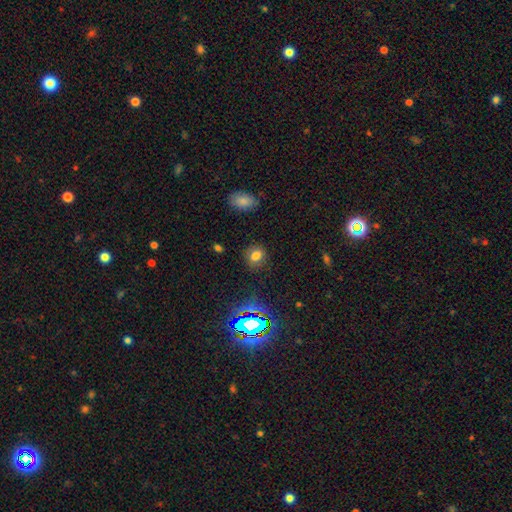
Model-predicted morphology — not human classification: This is likely a smooth galaxy (71%). How rounded: likely round (62%). Merging: clearly none (83%).